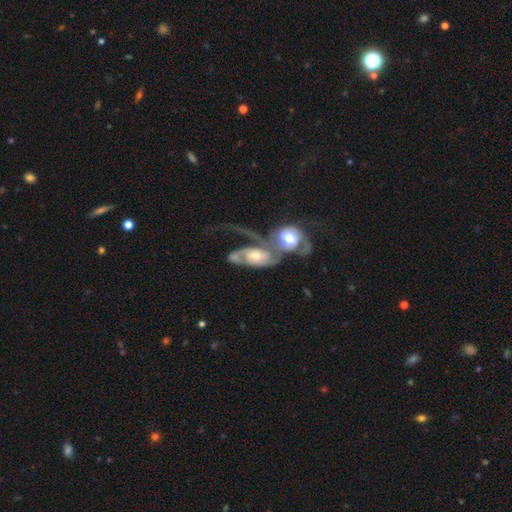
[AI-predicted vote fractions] featured or disk 76%, smooth 17%, star or artifact 7%. Down the decision tree: edge-on disk — no (95%); bar — no (69%); spiral arms — yes (88%); spiral arm count — 2 (53%); spiral winding — medium (36%); bulge size — moderate (64%); merging — merger (65%).